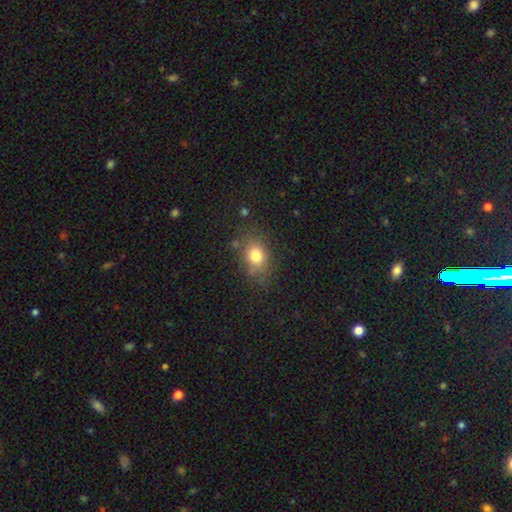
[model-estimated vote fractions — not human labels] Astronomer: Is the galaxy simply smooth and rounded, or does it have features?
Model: smooth — 78%.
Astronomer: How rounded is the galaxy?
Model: in between — 57% (runner-up: round, 42%).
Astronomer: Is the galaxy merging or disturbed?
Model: none — 75%.